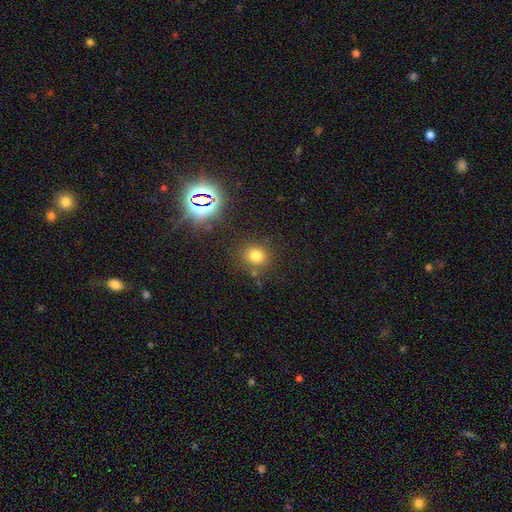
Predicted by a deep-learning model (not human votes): A smooth galaxy with no disk features (74%) that is round (85%). Merging: none (80%).